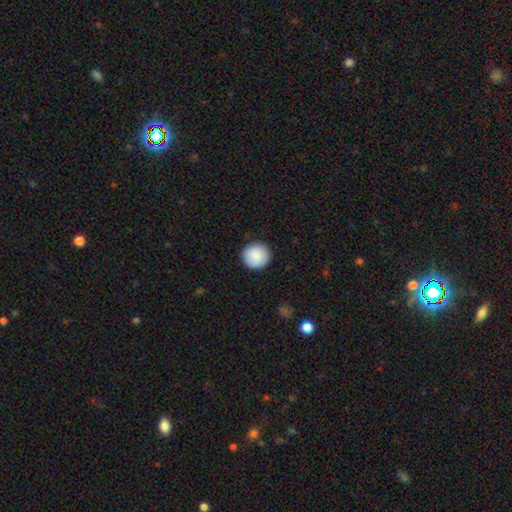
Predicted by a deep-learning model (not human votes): smooth_or_featured: smooth (p=0.89) [alt: star or artifact p=0.07]
how_rounded: round (p=0.94) [alt: in between p=0.05]
merging: none (p=0.91) [alt: minor disturbance p=0.06]